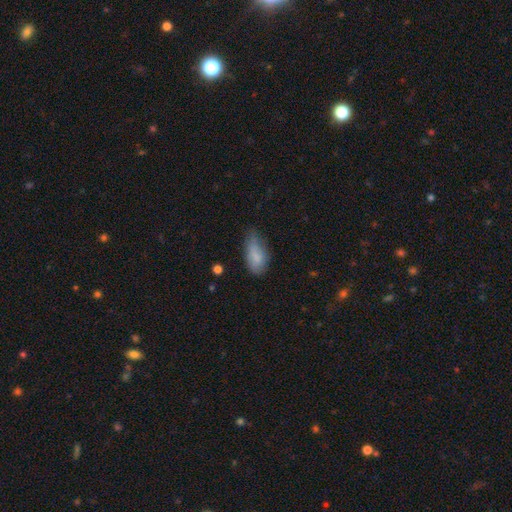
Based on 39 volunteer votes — Q: Smooth or featured?
A: smooth (87%); runner-up: star or artifact (8%)
Q: How rounded?
A: in between (91%); runner-up: cigar-shaped (9%)
Q: Merging?
A: none (56%); runner-up: minor disturbance (36%)